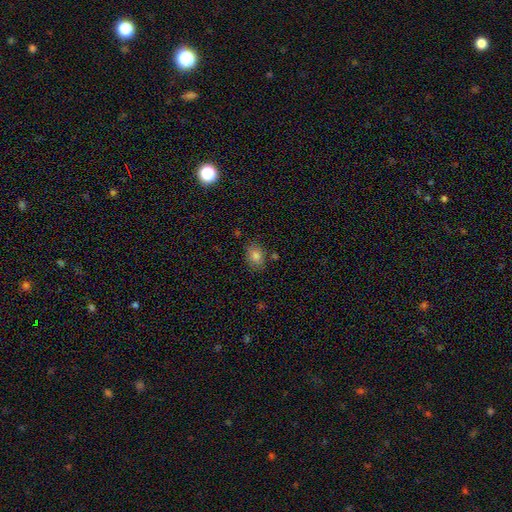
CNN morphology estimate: type=smooth (81%); roundness=round (50%); merging=none (79%).